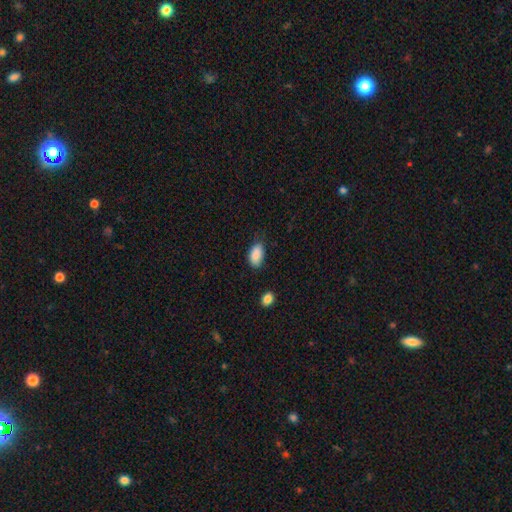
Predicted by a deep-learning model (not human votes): A smooth galaxy with no disk features (88%) that is in between round and cigar-shaped (93%). Merging: none (71%).